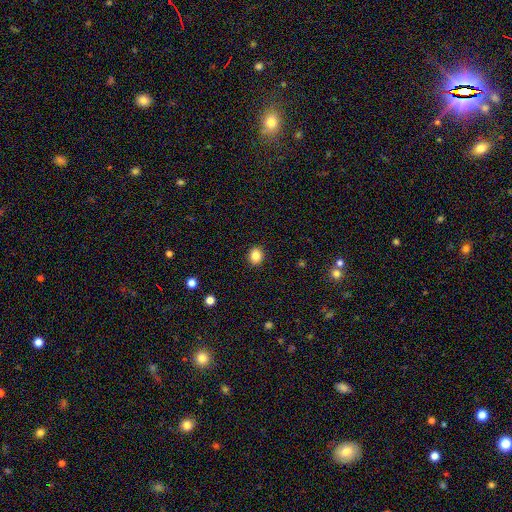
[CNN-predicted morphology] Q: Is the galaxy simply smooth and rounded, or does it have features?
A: smooth — 85%.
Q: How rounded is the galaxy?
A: round — 63%.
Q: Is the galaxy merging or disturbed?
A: none — 90%.